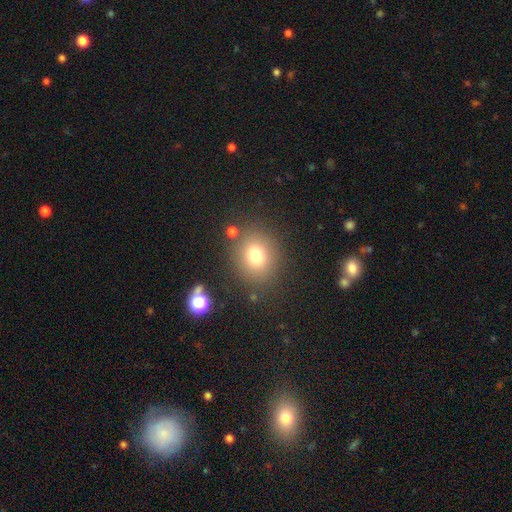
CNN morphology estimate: type=smooth (76%); roundness=round (75%); merging=none (82%).